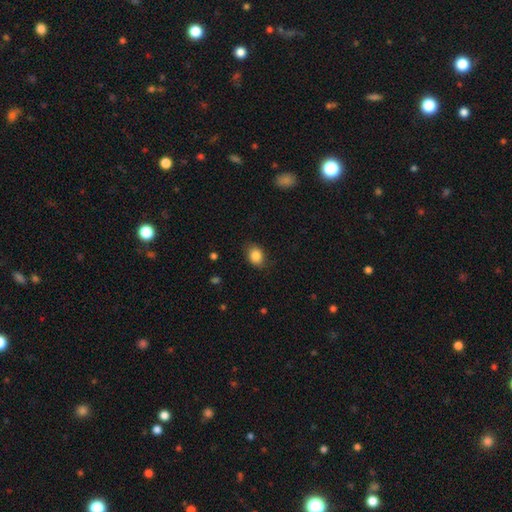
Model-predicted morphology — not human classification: smooth 85%, star or artifact 9%, featured or disk 6%. Down the decision tree: how rounded — in between (61%); merging — none (79%).